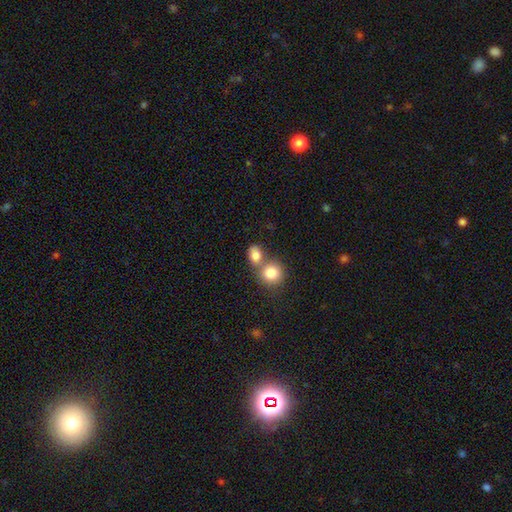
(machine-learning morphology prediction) A smooth galaxy with no disk features (82%) that is round (57%). Merging: merger (52%).